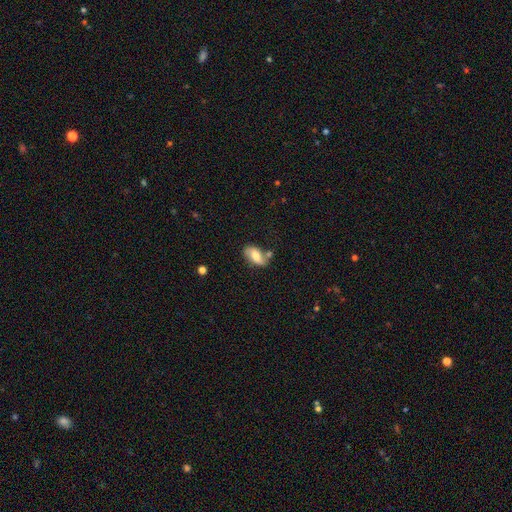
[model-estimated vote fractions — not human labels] Smooth or featured?
  - smooth: 59% *
  - featured or disk: 34%
  - star or artifact: 8%
How rounded?
  - in between: 90% *
  - cigar-shaped: 5%
  - round: 5%
Merging?
  - none: 56% *
  - minor disturbance: 22%
  - merger: 15%
  - major disturbance: 7%